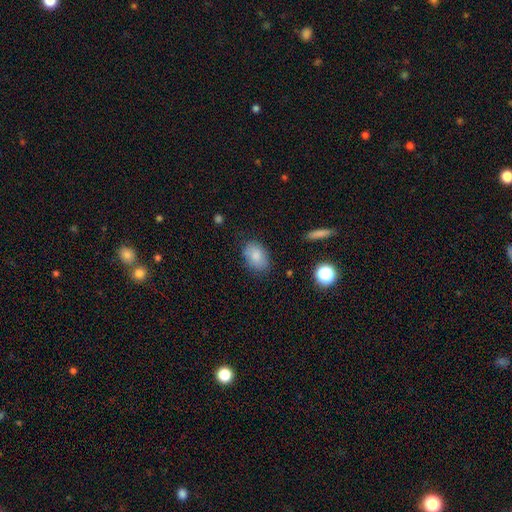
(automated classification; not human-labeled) Morphology: type=smooth (83%); roundness=in between (83%); merging=none (79%).